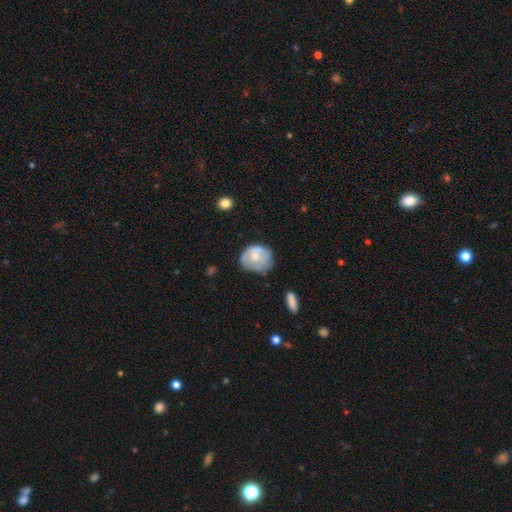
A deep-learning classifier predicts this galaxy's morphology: Overall: smooth (52%; featured or disk 41%). How rounded: round (63%; in between 36%). Merging: none (52%; minor disturbance 33%).